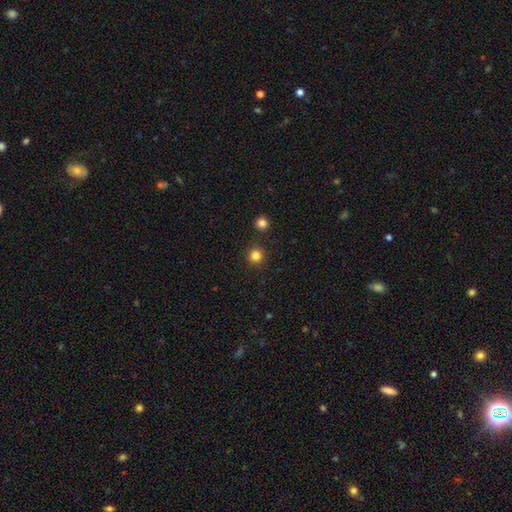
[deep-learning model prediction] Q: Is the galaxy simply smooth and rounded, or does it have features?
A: smooth — 83%.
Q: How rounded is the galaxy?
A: round — 95%.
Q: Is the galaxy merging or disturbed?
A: none — 91%.